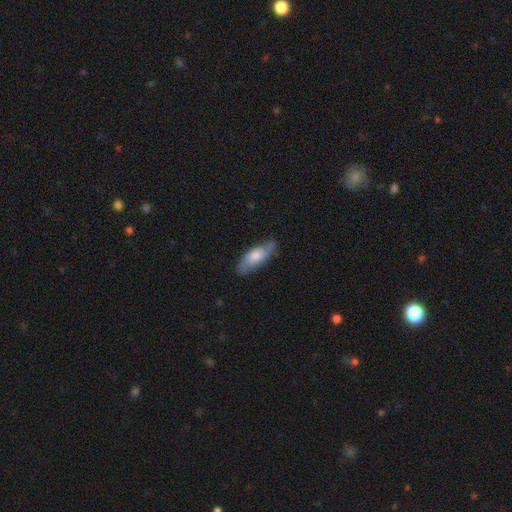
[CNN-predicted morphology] Smooth or featured: smooth — 63% (featured or disk — 31%)
How rounded: in between — 66% (cigar-shaped — 32%)
Merging: none — 77% (minor disturbance — 18%)